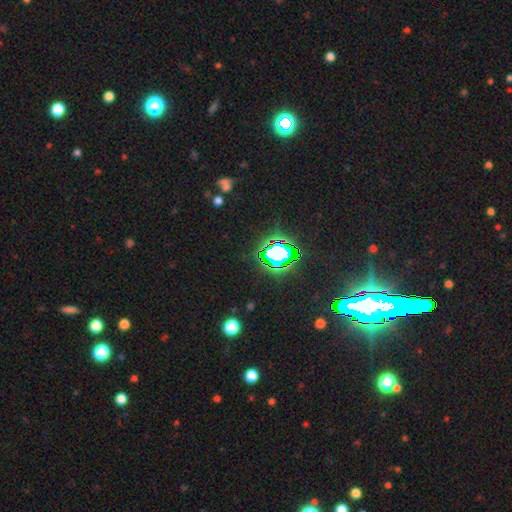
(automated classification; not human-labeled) Morphology: type=star or artifact (78%).